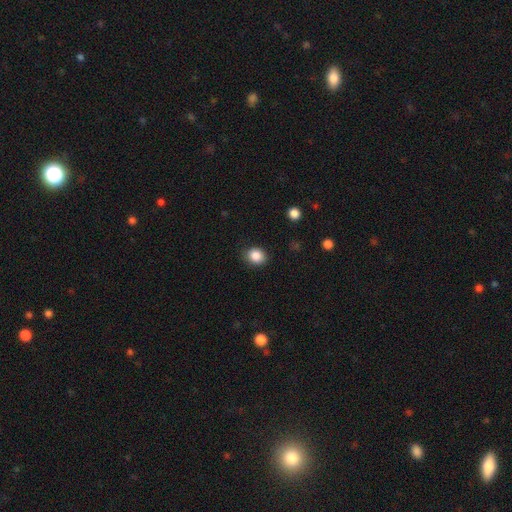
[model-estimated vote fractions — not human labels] smooth-or-featured: smooth: 87% | star or artifact: 10% | featured or disk: 4%
  how-rounded: round: 63% | in between: 36% | cigar-shaped: 1%
  merging: none: 85% | minor disturbance: 11% | major disturbance: 3% | merger: 1%